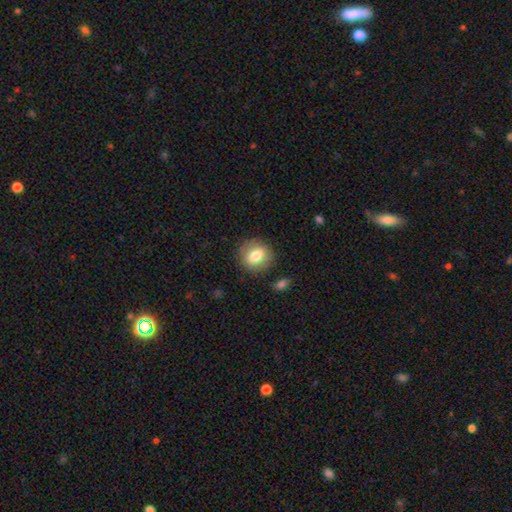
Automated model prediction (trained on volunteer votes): Smooth or featured? smooth (77%)
How rounded? round (71%)
Merging? none (85%)